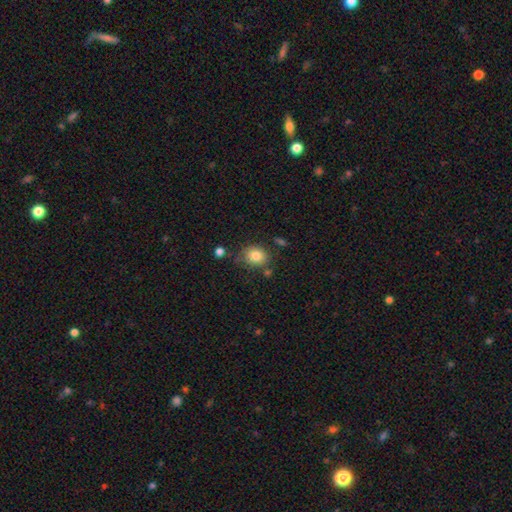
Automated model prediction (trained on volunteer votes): A smooth galaxy with no disk features (82%) that is round (59%). Merging: none (71%).